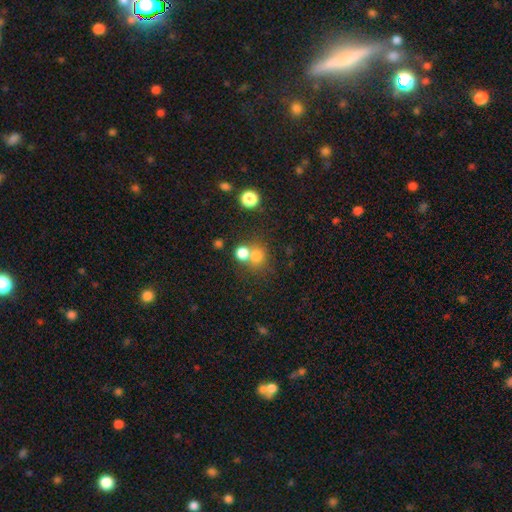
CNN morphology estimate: Overall: smooth (73%). How rounded: round (85%). Merging: none (53%; merger 36%).